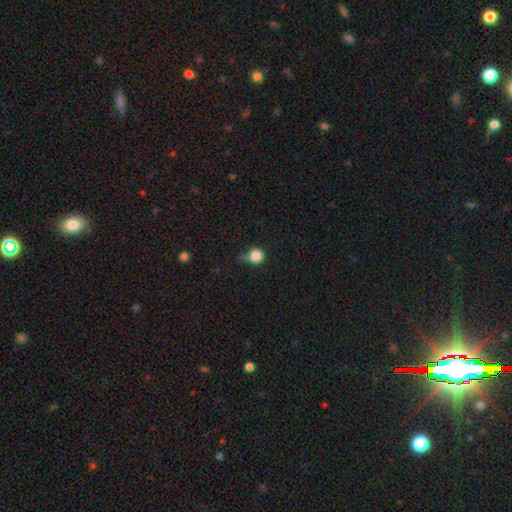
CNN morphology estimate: type=smooth (84%); roundness=round (90%); merging=none (47%).